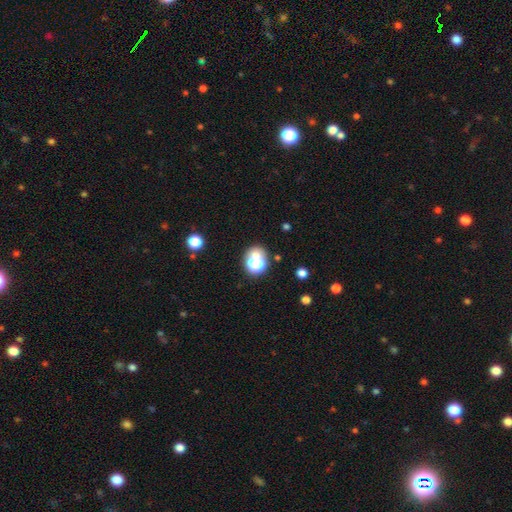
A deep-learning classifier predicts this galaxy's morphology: Smooth or featured?
  - smooth: 56% *
  - star or artifact: 30%
  - featured or disk: 14%
How rounded?
  - round: 72% *
  - in between: 27%
  - cigar-shaped: 1%
Merging?
  - none: 59% *
  - merger: 22%
  - minor disturbance: 12%
  - major disturbance: 7%